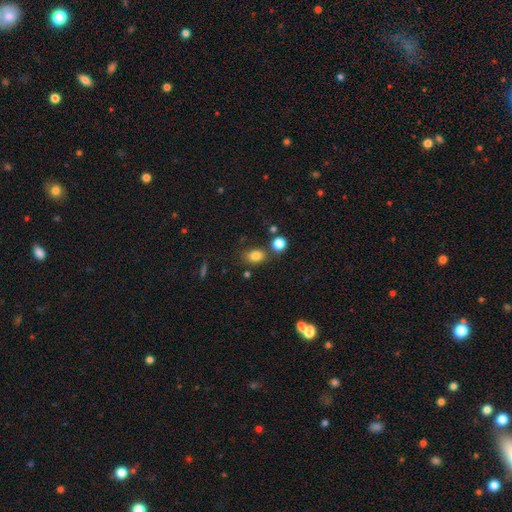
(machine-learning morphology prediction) Smooth or featured?
  - smooth: 83% *
  - star or artifact: 11%
  - featured or disk: 6%
How rounded?
  - in between: 73% *
  - round: 26%
  - cigar-shaped: 1%
Merging?
  - none: 70% *
  - minor disturbance: 13%
  - merger: 13%
  - major disturbance: 4%